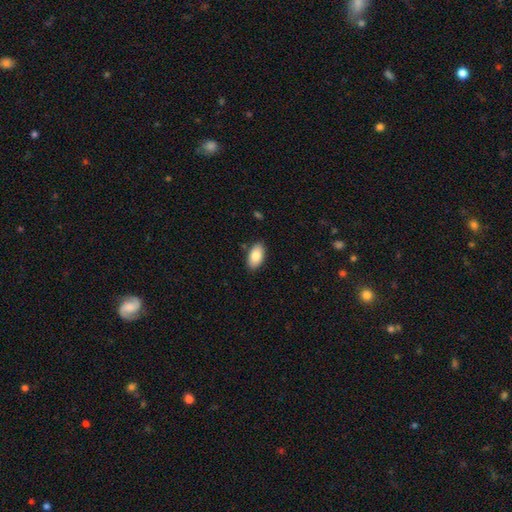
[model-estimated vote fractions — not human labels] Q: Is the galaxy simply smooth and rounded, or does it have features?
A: smooth — 85%.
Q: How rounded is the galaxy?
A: in between — 94%.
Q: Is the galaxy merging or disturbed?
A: none — 86%.